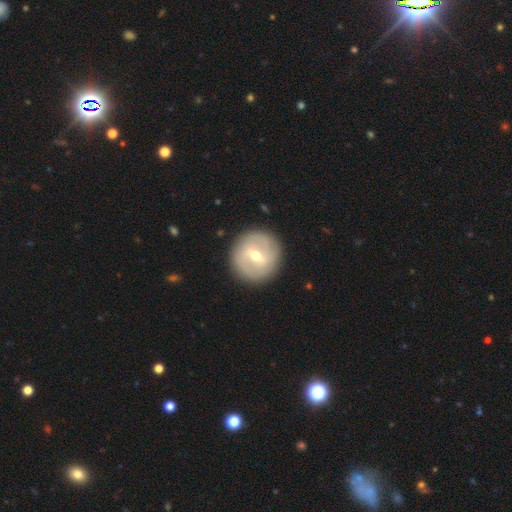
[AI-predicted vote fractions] Smooth or featured: featured or disk — 61% (smooth — 32%)
Edge-on disk: no — 96% (yes — 4%)
Bar: weak — 55% (no — 24%)
Spiral arms: yes — 62% (no — 38%)
Bulge size: moderate — 64% (small — 32%)
Merging: none — 89% (minor disturbance — 7%)